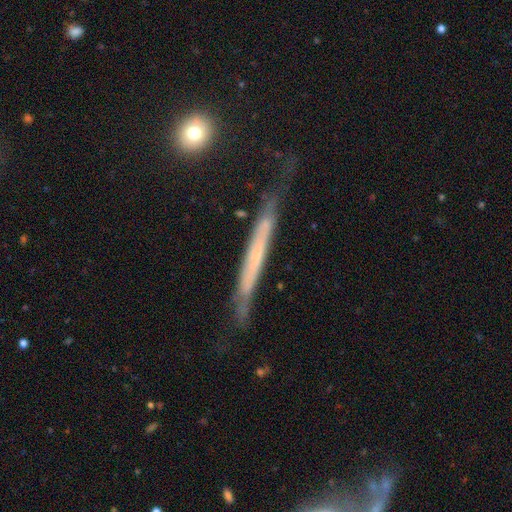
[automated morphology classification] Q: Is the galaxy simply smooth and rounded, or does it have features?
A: featured or disk — 63%.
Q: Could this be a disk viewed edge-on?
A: yes — 88%.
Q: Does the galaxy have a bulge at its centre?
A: none — 83%.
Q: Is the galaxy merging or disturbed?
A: none — 62%.